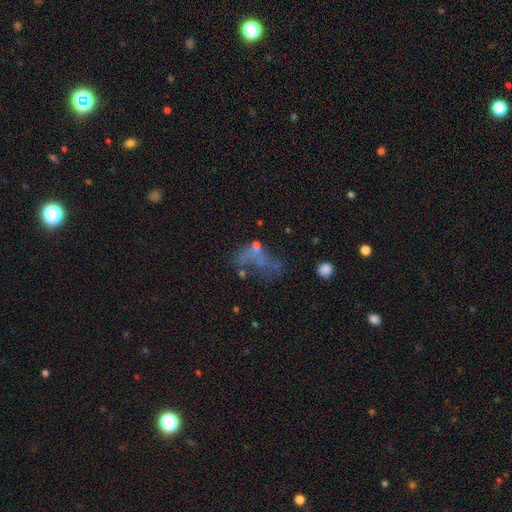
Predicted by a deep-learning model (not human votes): smooth_or_featured: featured or disk (p=0.39) [alt: smooth p=0.38]
merging: major disturbance (p=0.38) [alt: none p=0.29]